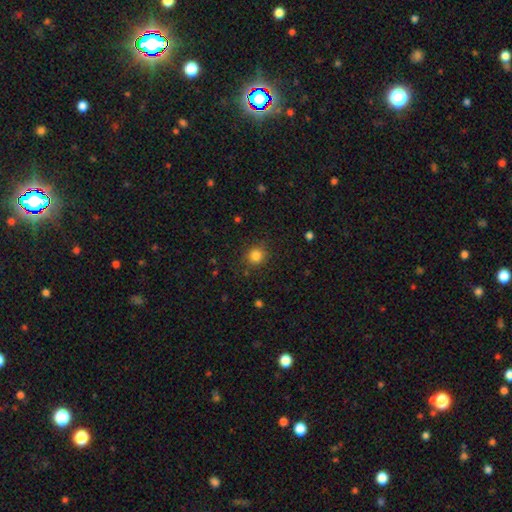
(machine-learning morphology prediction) Smooth or featured: smooth — 83% (star or artifact — 12%)
How rounded: round — 89% (in between — 10%)
Merging: none — 85% (minor disturbance — 10%)